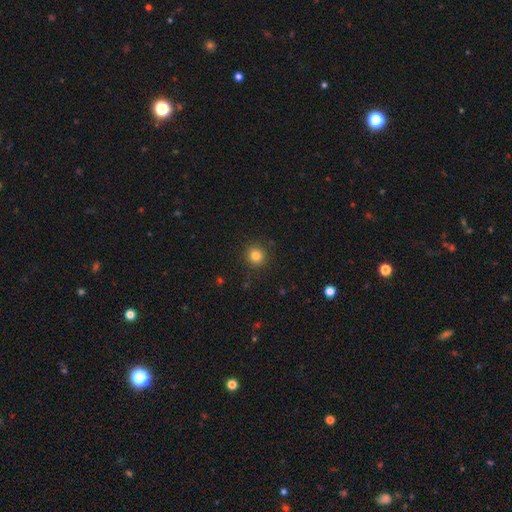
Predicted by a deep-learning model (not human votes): This appears to be a smooth galaxy with no disk features (82%) that is round (94%). Merging: none (90%).